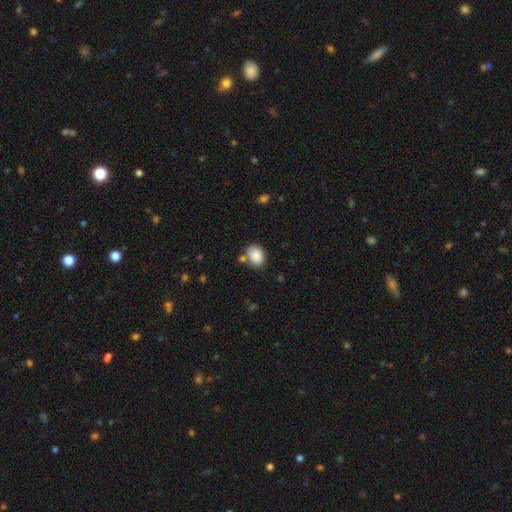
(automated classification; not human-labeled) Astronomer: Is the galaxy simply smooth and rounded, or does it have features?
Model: smooth — 86%.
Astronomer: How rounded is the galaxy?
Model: in between — 72%.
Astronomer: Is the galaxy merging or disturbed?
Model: none — 67%.